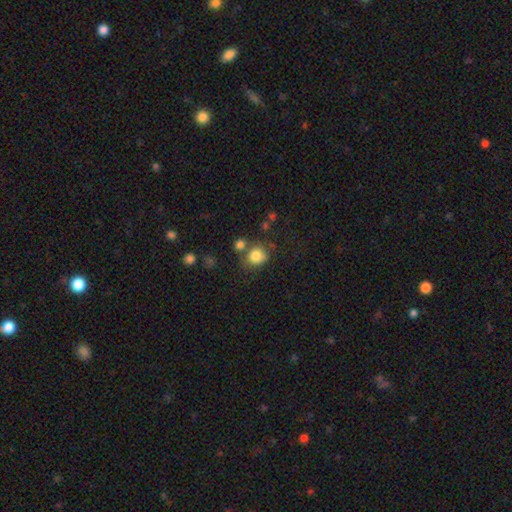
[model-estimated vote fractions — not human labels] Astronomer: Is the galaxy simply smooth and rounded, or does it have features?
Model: smooth — 82%.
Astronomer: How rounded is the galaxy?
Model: round — 75%.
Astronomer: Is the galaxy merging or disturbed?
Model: none — 59%.